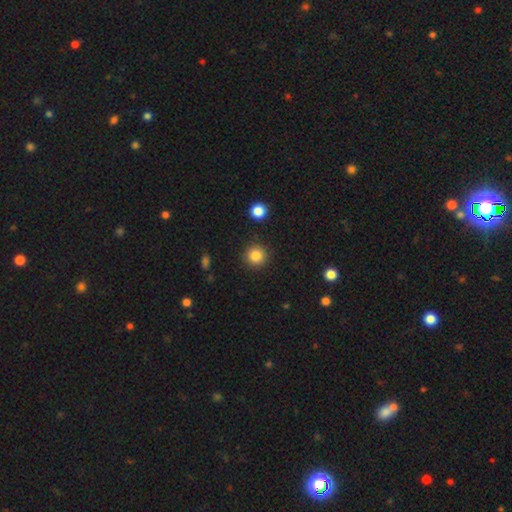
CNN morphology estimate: Smooth or featured? smooth (85%)
How rounded? round (94%)
Merging? none (90%)